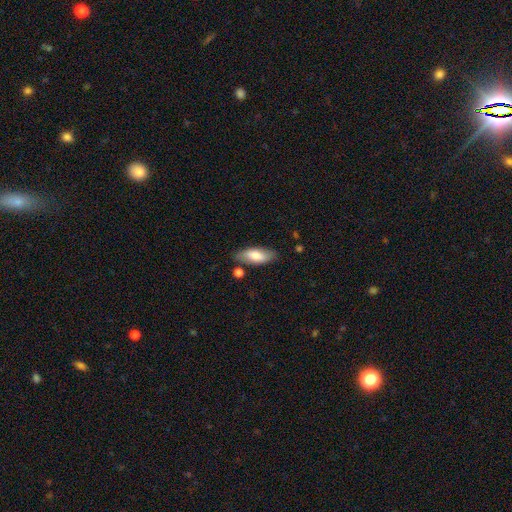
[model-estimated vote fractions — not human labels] Smooth or featured?
  - smooth: 76% *
  - featured or disk: 18%
  - star or artifact: 6%
How rounded?
  - in between: 82% *
  - cigar-shaped: 15%
  - round: 2%
Merging?
  - none: 77% *
  - minor disturbance: 15%
  - merger: 5%
  - major disturbance: 3%